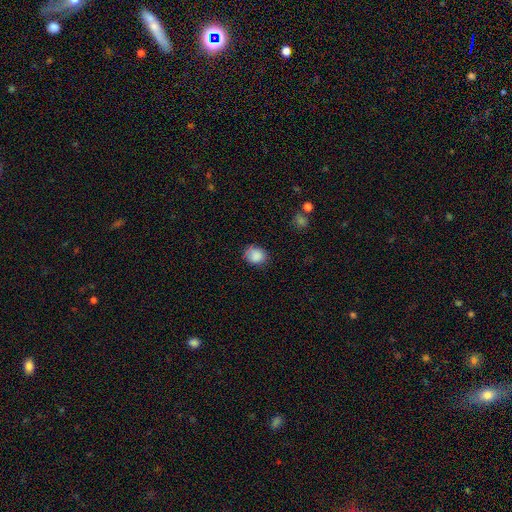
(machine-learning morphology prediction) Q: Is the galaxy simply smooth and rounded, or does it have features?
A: smooth — 87%.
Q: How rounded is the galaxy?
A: round — 56%.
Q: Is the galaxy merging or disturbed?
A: none — 73%.